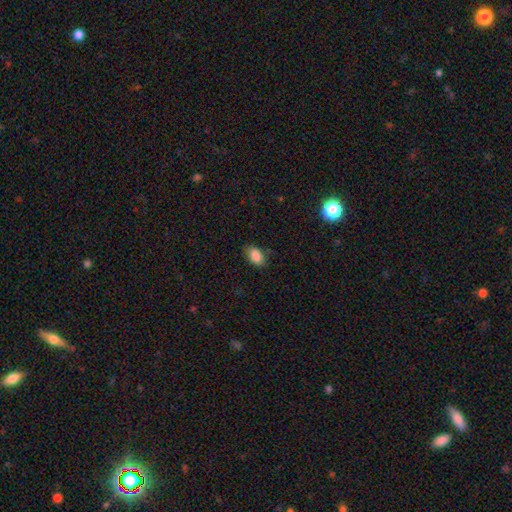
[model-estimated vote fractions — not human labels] This appears to be a smooth galaxy with no disk features (87%) that is in between round and cigar-shaped (90%). Merging: none (80%).